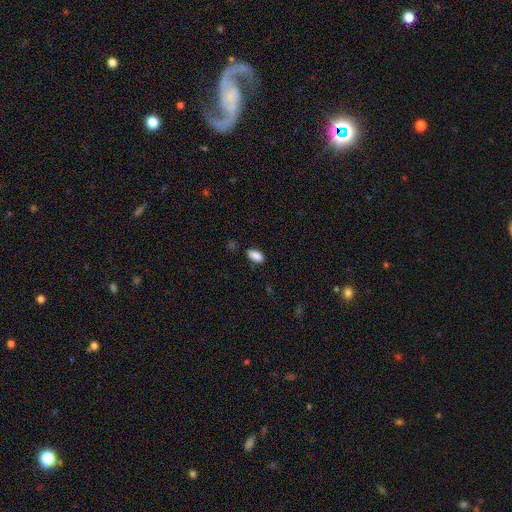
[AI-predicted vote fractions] smooth-or-featured: smooth: 88% | star or artifact: 8% | featured or disk: 4%
  how-rounded: in between: 89% | cigar-shaped: 8% | round: 3%
  merging: none: 81% | minor disturbance: 15% | major disturbance: 3% | merger: 2%